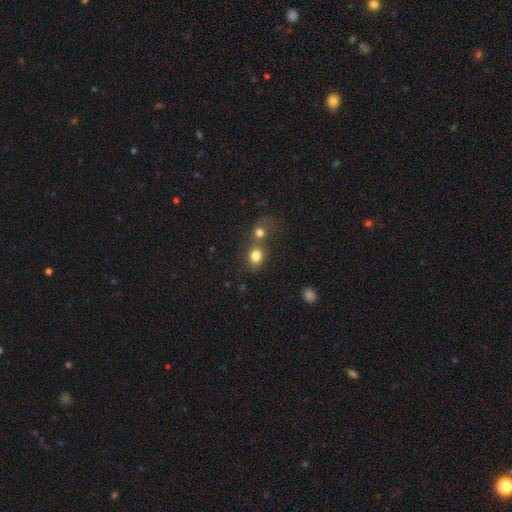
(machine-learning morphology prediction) Overall: smooth (80%). How rounded: round (65%; in between 34%). Merging: merger (44%; none 43%).